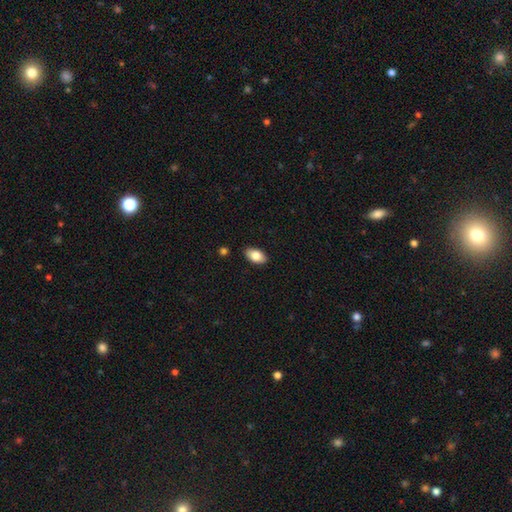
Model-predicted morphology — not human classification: Q: Smooth or featured?
A: smooth (82%); runner-up: featured or disk (11%)
Q: How rounded?
A: in between (93%); runner-up: round (5%)
Q: Merging?
A: none (88%); runner-up: minor disturbance (9%)